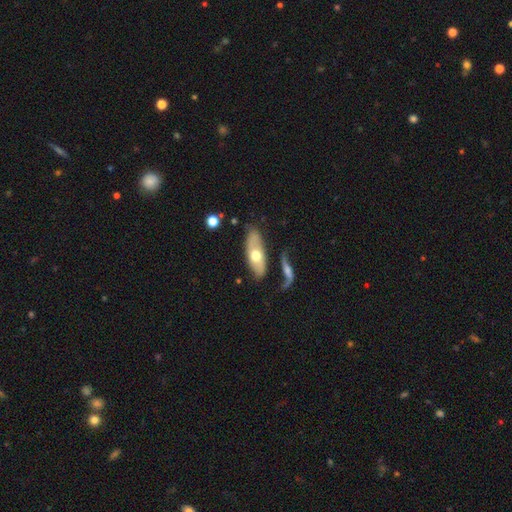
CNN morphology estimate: smooth_or_featured: smooth (p=0.51) [alt: featured or disk p=0.44]
how_rounded: in between (p=0.76) [alt: cigar-shaped p=0.20]
merging: none (p=0.68) [alt: minor disturbance p=0.18]